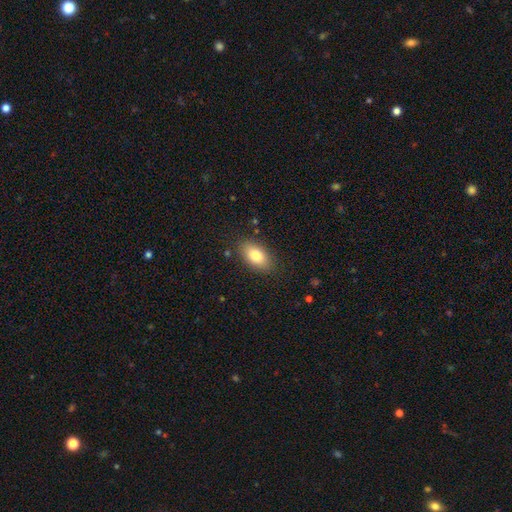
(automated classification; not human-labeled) Smooth or featured? smooth (80%)
How rounded? in between (90%)
Merging? none (85%)